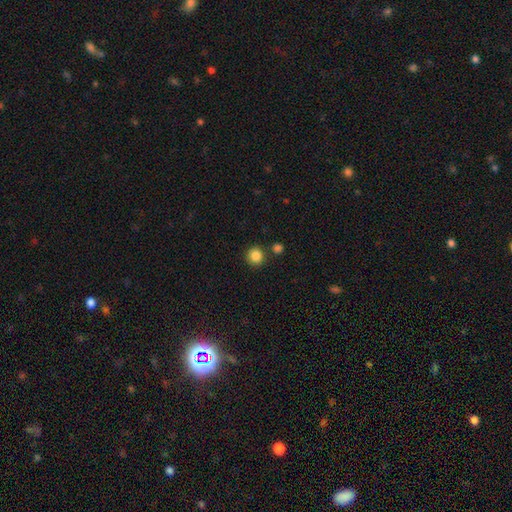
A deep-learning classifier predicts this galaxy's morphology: Overall: smooth (86%). How rounded: round (92%). Merging: none (83%).